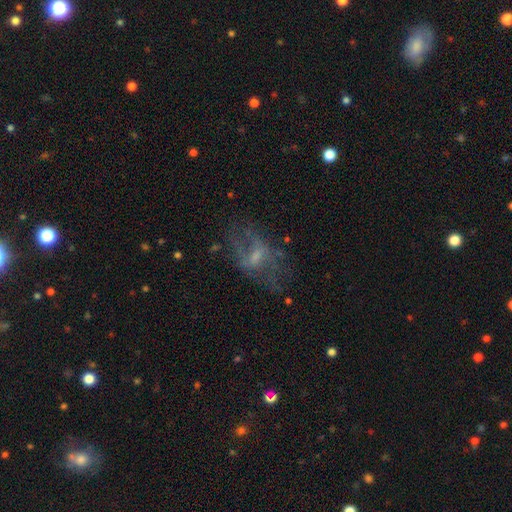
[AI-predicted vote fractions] This appears to be a featured or disk galaxy (59%) with no bar (46%), no spiral arms (60%) and a small central bulge (45%). Merging: none (45%).